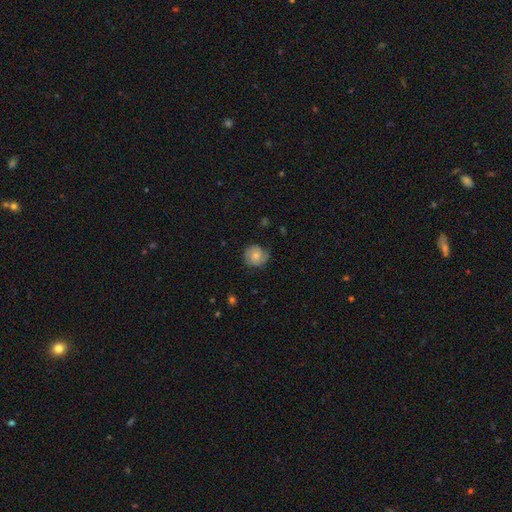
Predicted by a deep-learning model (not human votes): Smooth or featured: smooth — 61% (featured or disk — 31%)
How rounded: round — 83% (in between — 16%)
Merging: none — 73% (minor disturbance — 21%)